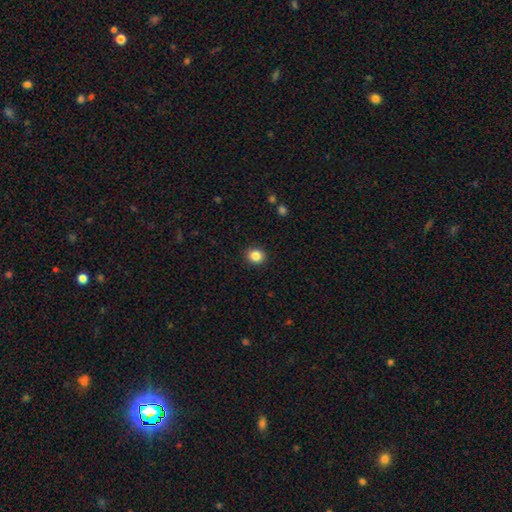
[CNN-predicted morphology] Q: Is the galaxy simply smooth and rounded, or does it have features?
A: smooth — 85%.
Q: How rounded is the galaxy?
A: round — 77%.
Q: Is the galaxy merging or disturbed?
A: none — 91%.